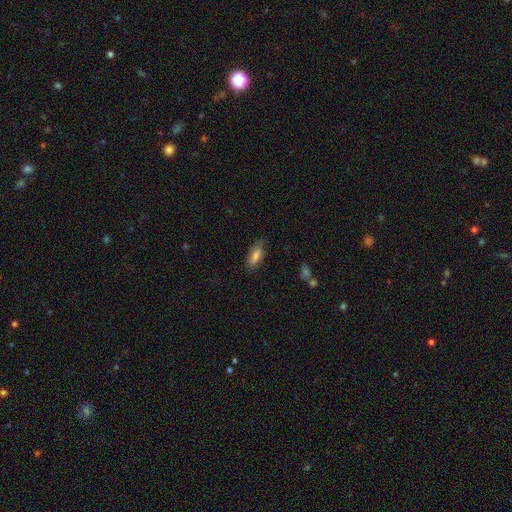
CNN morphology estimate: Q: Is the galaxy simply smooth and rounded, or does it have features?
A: smooth — 73%.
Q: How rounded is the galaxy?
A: in between — 83%.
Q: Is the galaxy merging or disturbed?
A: none — 72%.